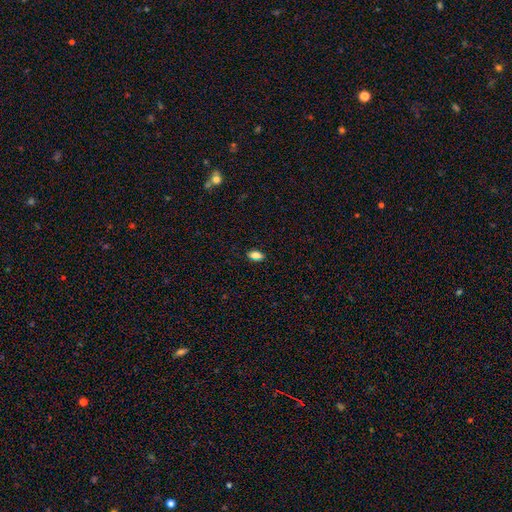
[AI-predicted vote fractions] smooth_or_featured: smooth (p=0.81) [alt: star or artifact p=0.11]
how_rounded: in between (p=0.87) [alt: round p=0.08]
merging: none (p=0.88) [alt: minor disturbance p=0.09]